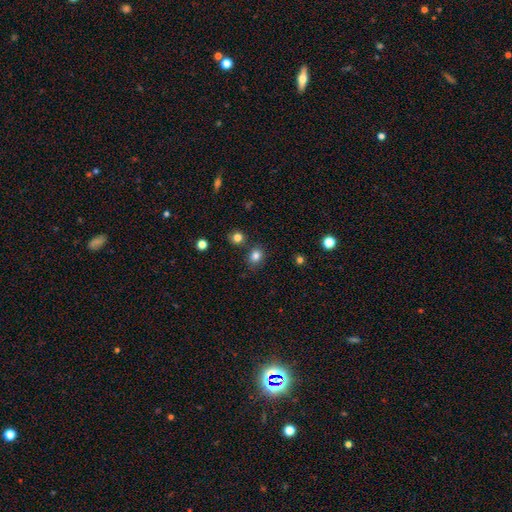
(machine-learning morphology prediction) Smooth or featured: smooth — 82% (star or artifact — 13%)
How rounded: round — 63% (in between — 36%)
Merging: none — 78% (minor disturbance — 11%)